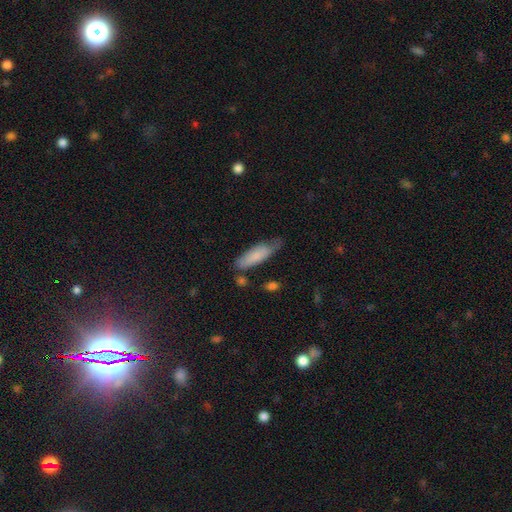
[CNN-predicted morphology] smooth-or-featured: smooth: 80% | featured or disk: 15% | star or artifact: 6%
  how-rounded: in between: 51% | cigar-shaped: 48% | round: 2%
  merging: none: 52% | minor disturbance: 35% | major disturbance: 9% | merger: 4%